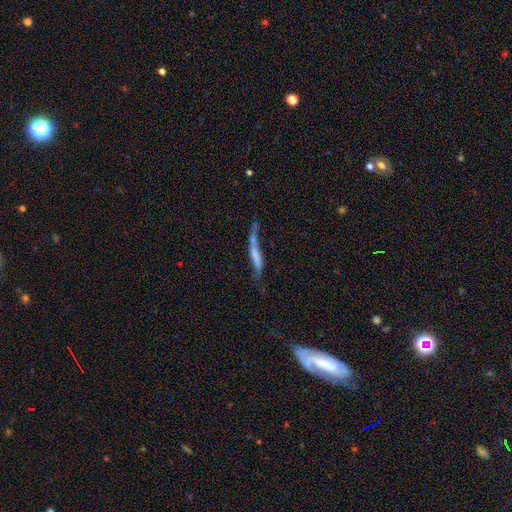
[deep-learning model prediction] smooth_or_featured: smooth (p=0.53) [alt: featured or disk p=0.39]
how_rounded: cigar-shaped (p=0.89) [alt: in between p=0.09]
merging: none (p=0.33) [alt: major disturbance p=0.26]